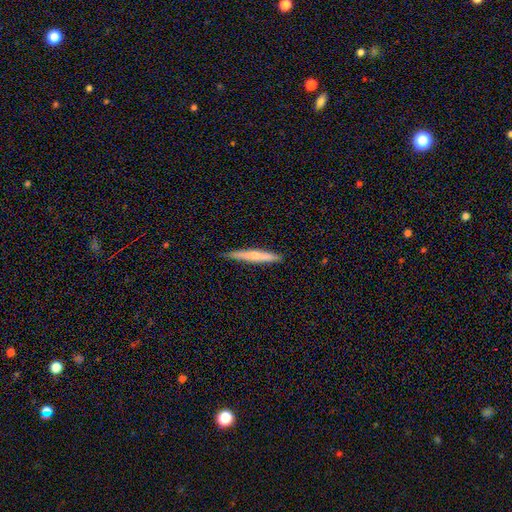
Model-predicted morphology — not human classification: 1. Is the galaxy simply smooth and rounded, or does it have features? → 60% smooth, 35% featured or disk, 6% star or artifact.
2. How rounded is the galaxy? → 96% cigar-shaped, 3% in between, 1% round.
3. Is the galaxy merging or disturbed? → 88% none, 10% minor disturbance, 2% major disturbance, 1% merger.